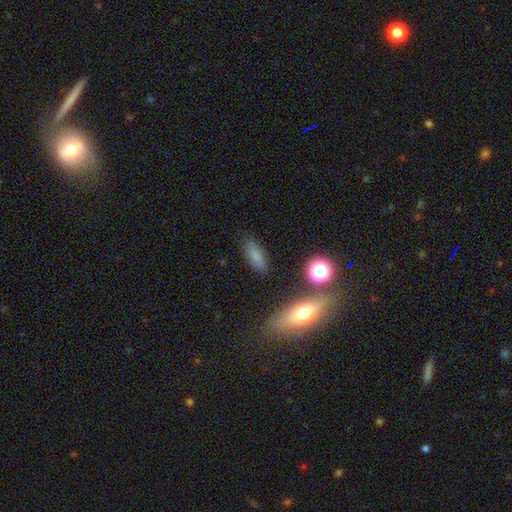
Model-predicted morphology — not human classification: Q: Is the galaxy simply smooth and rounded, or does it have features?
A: smooth — 77%.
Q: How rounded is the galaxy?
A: in between — 64%.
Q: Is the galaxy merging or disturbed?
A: none — 82%.